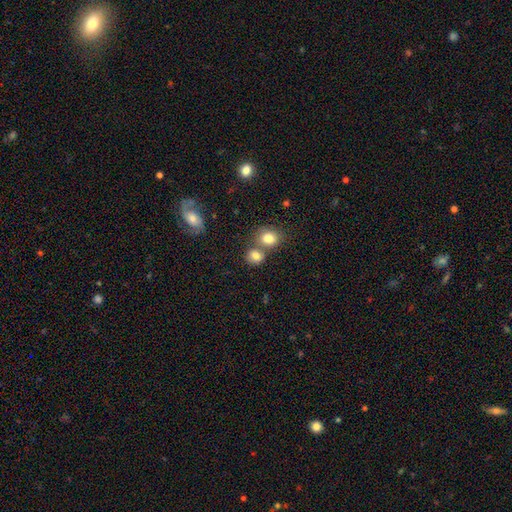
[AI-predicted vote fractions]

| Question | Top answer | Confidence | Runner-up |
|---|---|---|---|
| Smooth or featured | smooth | 80% | star or artifact (11%) |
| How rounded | round | 70% | in between (29%) |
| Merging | none | 49% | merger (39%) |